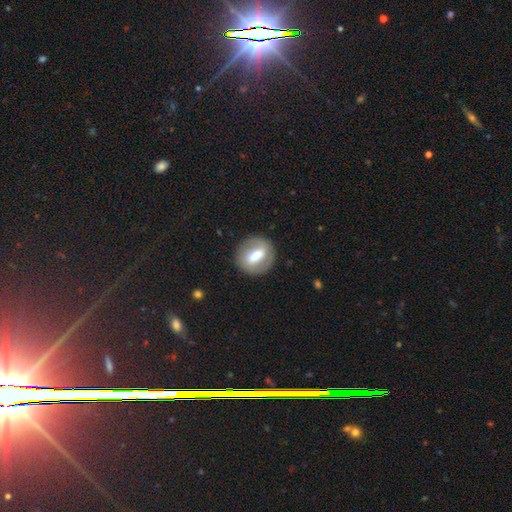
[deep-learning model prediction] Smooth or featured? Predicted: smooth (p=0.49). Merging? Predicted: none (p=0.83).